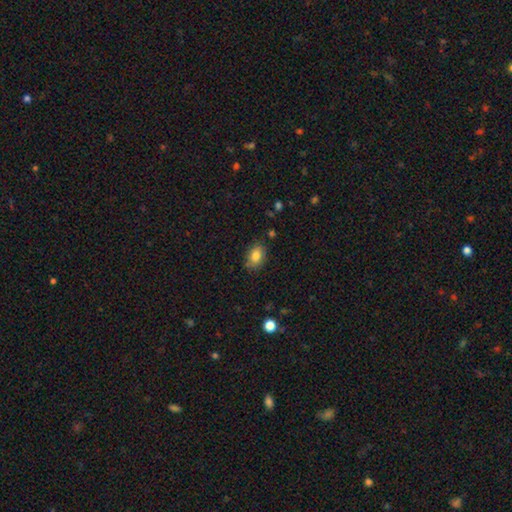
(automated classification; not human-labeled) A smooth galaxy with no disk features (82%) that is in between round and cigar-shaped (82%). Merging: none (80%).